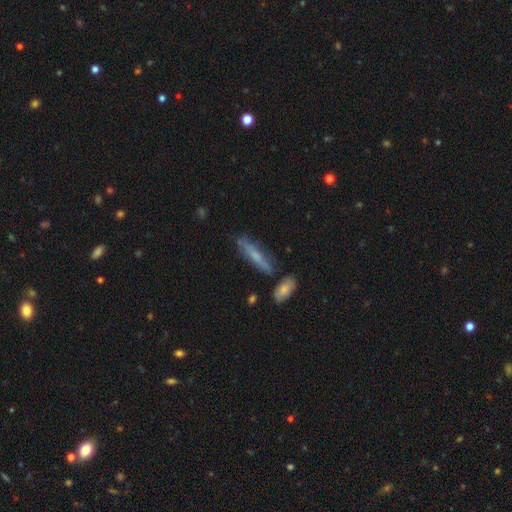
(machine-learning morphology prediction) This is possibly a smooth galaxy (51%). How rounded: clearly cigar-shaped (83%). Merging: likely none (72%).